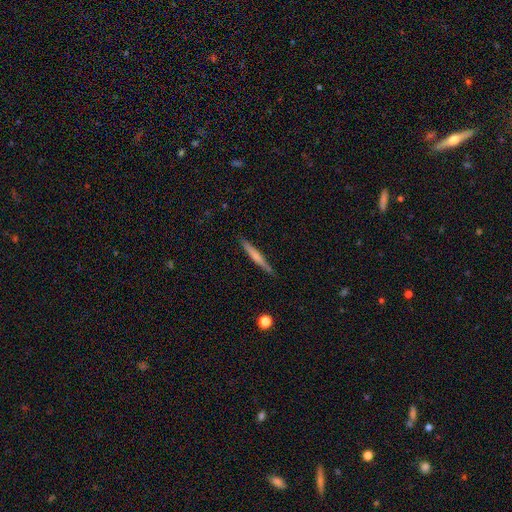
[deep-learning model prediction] smooth_or_featured: smooth (p=0.55) [alt: featured or disk p=0.39]
how_rounded: cigar-shaped (p=0.96) [alt: in between p=0.03]
merging: none (p=0.87) [alt: minor disturbance p=0.10]